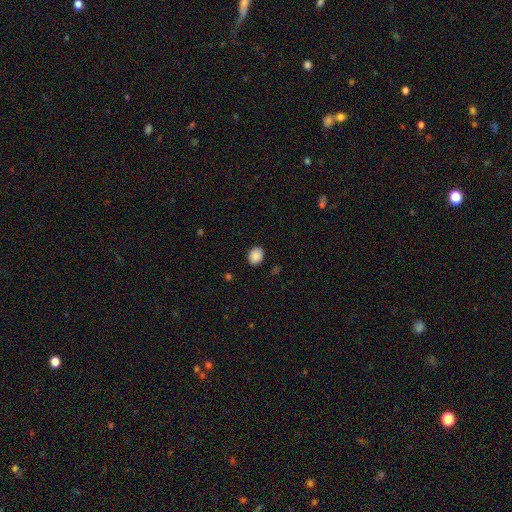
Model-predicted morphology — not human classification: smooth-or-featured: smooth: 89% | star or artifact: 8% | featured or disk: 3%
  how-rounded: in between: 51% | round: 48% | cigar-shaped: 1%
  merging: none: 87% | minor disturbance: 9% | major disturbance: 2% | merger: 1%